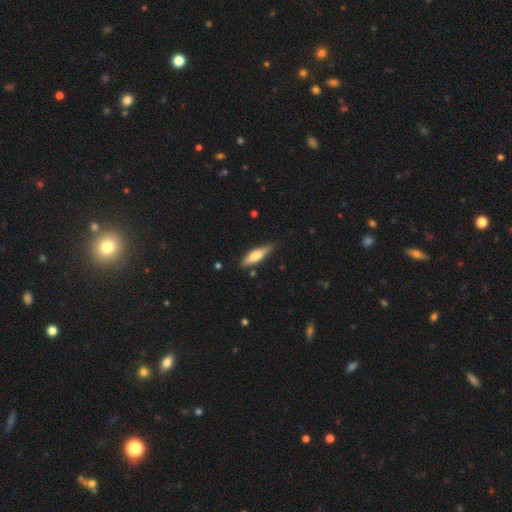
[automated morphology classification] Overall: smooth (54%; featured or disk 40%). How rounded: cigar-shaped (62%; in between 36%). Merging: none (82%).